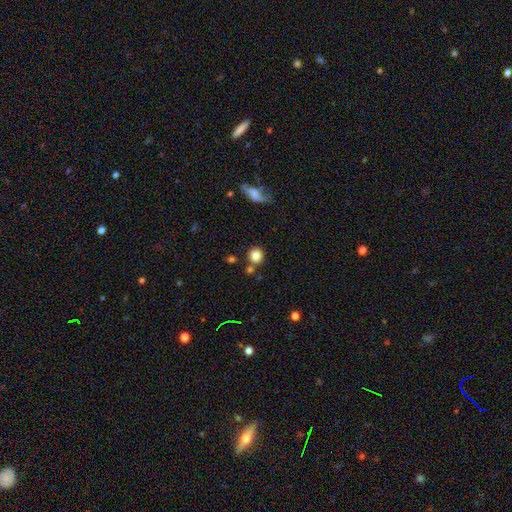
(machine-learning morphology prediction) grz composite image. It shows a smooth galaxy with no disk features (82%) that is round (88%). Merging: none (76%).